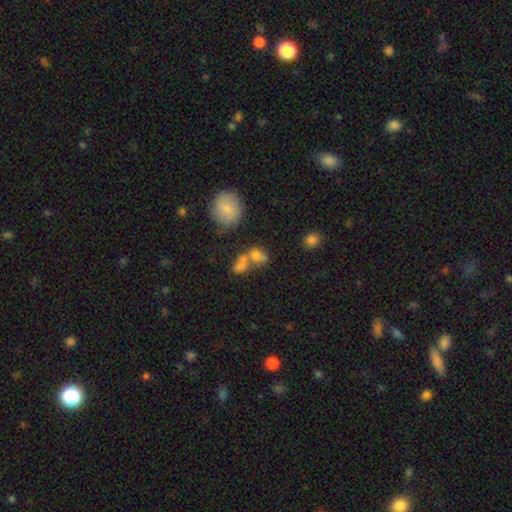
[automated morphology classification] This is likely a smooth galaxy (67%). How rounded: possibly in between (52%). Merging: possibly merger (50%).